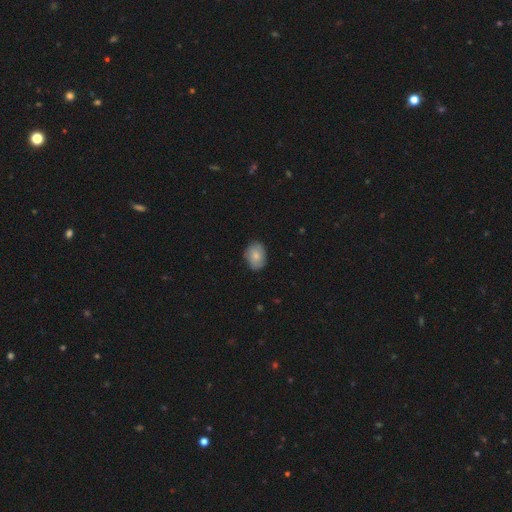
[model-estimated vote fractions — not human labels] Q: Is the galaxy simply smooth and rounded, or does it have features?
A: smooth — 71%.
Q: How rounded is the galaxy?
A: in between — 71%.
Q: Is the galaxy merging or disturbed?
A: none — 79%.